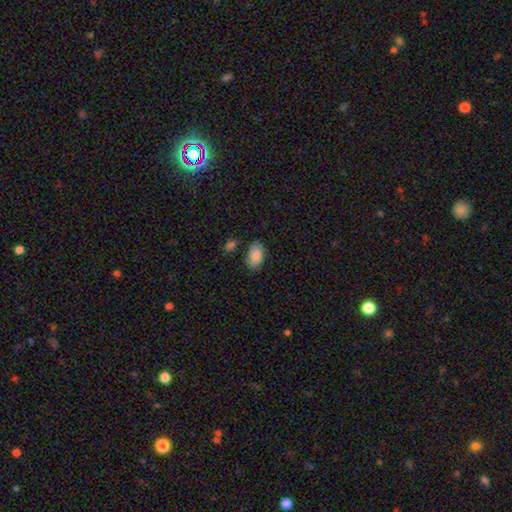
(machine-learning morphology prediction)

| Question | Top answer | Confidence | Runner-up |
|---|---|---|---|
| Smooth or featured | smooth | 83% | featured or disk (9%) |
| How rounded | in between | 93% | round (6%) |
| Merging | none | 74% | minor disturbance (18%) |